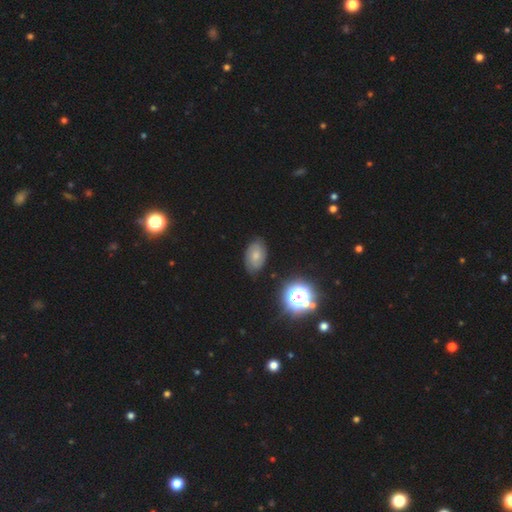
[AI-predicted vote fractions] Smooth or featured?
  - smooth: 54% *
  - featured or disk: 31%
  - star or artifact: 15%
How rounded?
  - in between: 86% *
  - round: 12%
  - cigar-shaped: 1%
Merging?
  - none: 79% *
  - minor disturbance: 16%
  - major disturbance: 4%
  - merger: 2%